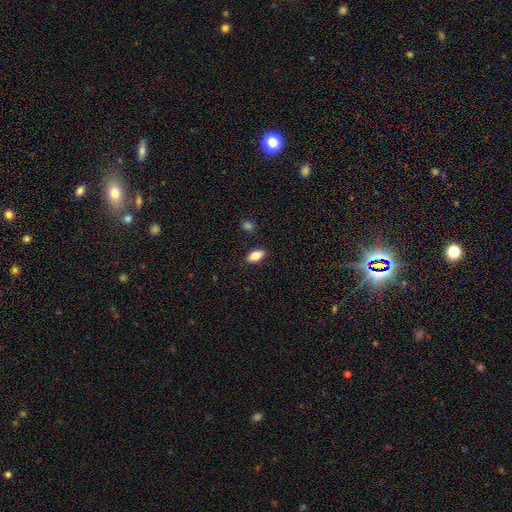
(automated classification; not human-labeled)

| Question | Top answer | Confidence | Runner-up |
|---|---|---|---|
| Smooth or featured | smooth | 80% | featured or disk (13%) |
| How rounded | in between | 89% | cigar-shaped (6%) |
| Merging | none | 88% | minor disturbance (9%) |